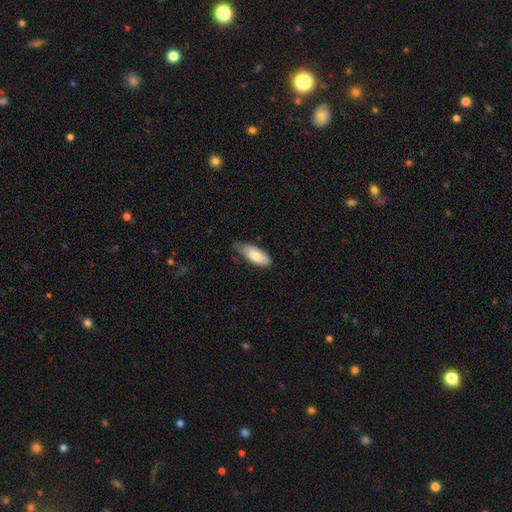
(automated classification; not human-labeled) Smooth or featured? smooth (79%)
How rounded? in between (81%)
Merging? none (57%)